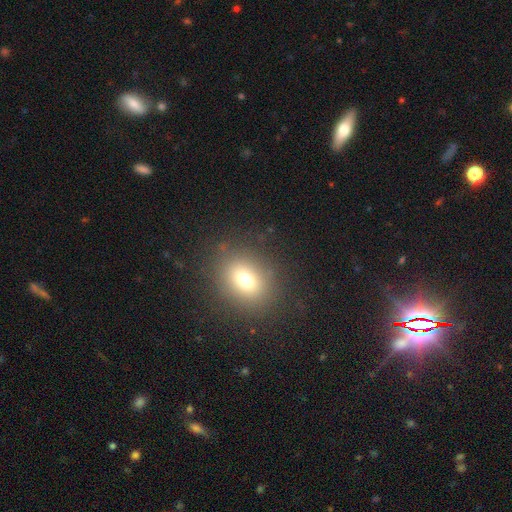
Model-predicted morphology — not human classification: Overall: smooth (59%; star or artifact 28%). How rounded: round (49%, tied with in between). Merging: none (89%).